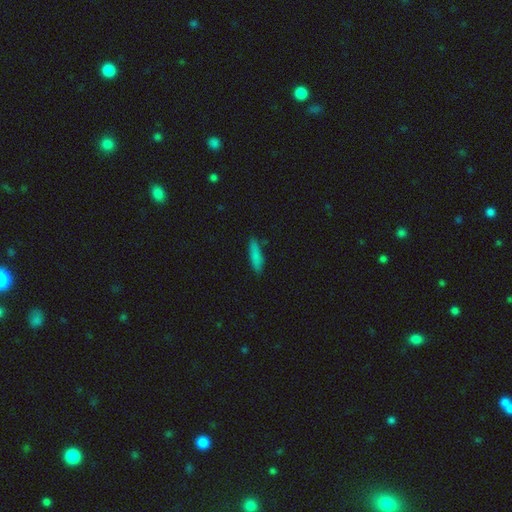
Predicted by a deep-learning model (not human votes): The model was most divided on "how rounded": cigar-shaped: 71%, in between: 27%, round: 2%. More confident: smooth or featured — smooth (83%); merging — none (81%).